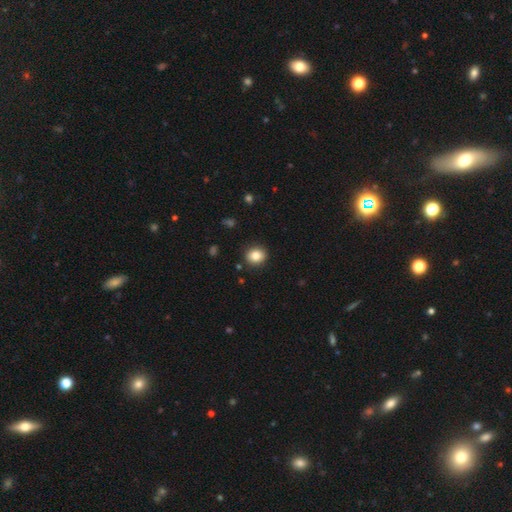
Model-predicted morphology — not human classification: This is clearly a smooth galaxy (83%). How rounded: likely round (77%). Merging: clearly none (90%).